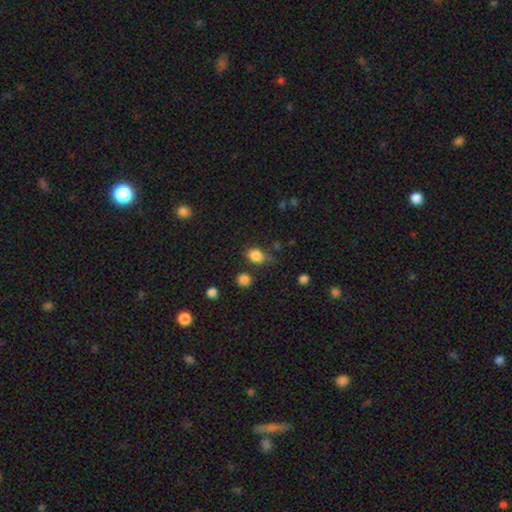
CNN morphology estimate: smooth 84%, star or artifact 11%, featured or disk 5%. Down the decision tree: how rounded — in between (50%); merging — none (65%).